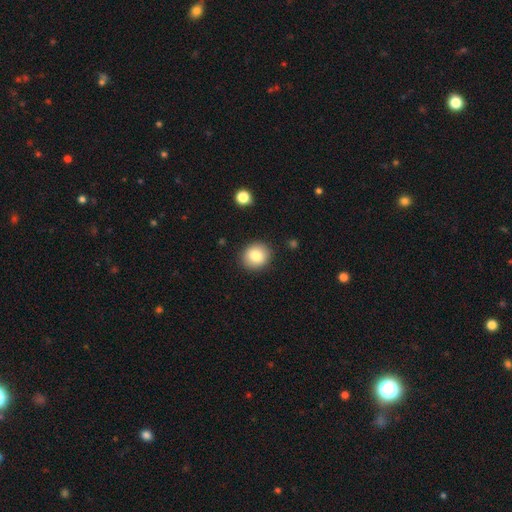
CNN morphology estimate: smooth-or-featured: smooth: 83% | star or artifact: 9% | featured or disk: 8%
  how-rounded: round: 80% | in between: 19% | cigar-shaped: 1%
  merging: none: 90% | minor disturbance: 7% | major disturbance: 2% | merger: 1%